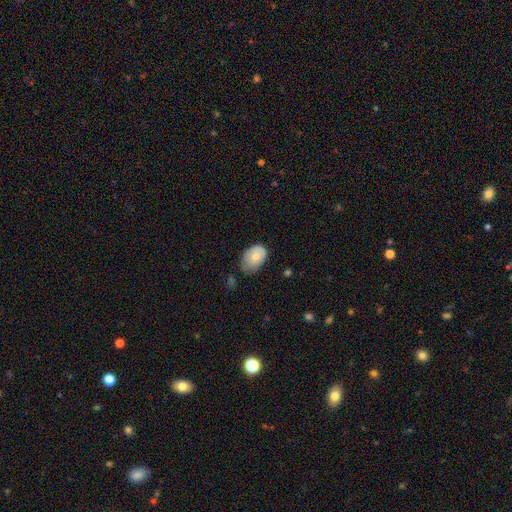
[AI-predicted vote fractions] Smooth or featured? Predicted: smooth (p=0.72). How rounded? Predicted: in between (p=0.84). Merging? Predicted: none (p=0.46).